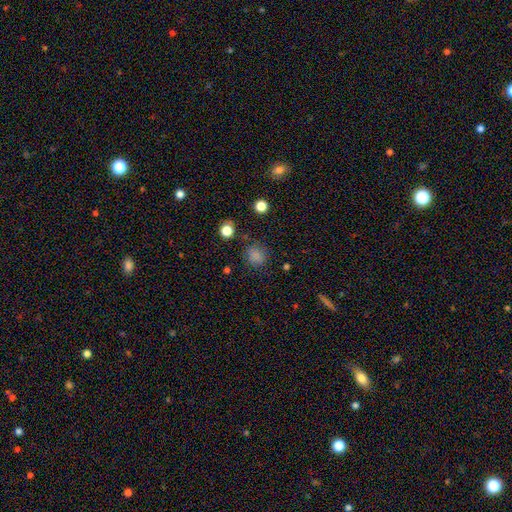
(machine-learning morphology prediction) smooth_or_featured: smooth (p=0.77) [alt: star or artifact p=0.17]
how_rounded: round (p=0.73) [alt: in between p=0.25]
merging: none (p=0.78) [alt: minor disturbance p=0.14]